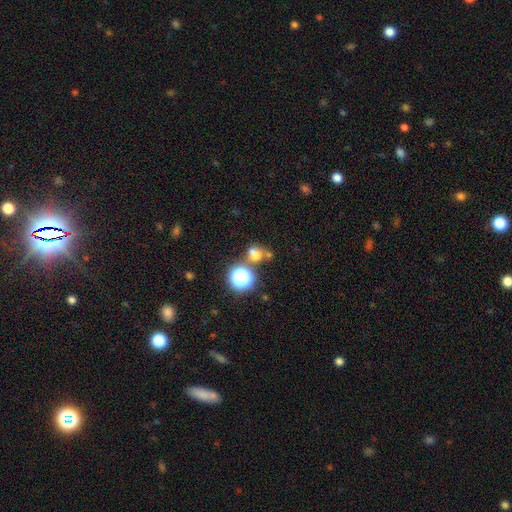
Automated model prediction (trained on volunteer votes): Smooth or featured? Predicted: smooth (p=0.63). How rounded? Predicted: round (p=0.57). Merging? Predicted: none (p=0.47).